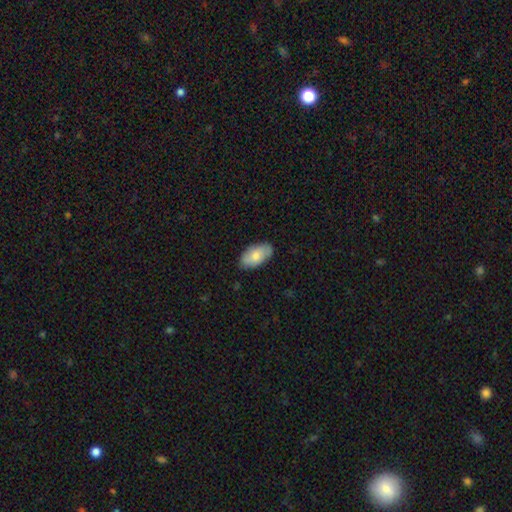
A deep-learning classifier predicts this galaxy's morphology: Smooth or featured: smooth — 76% (featured or disk — 18%)
How rounded: in between — 95% (round — 3%)
Merging: none — 82% (minor disturbance — 14%)